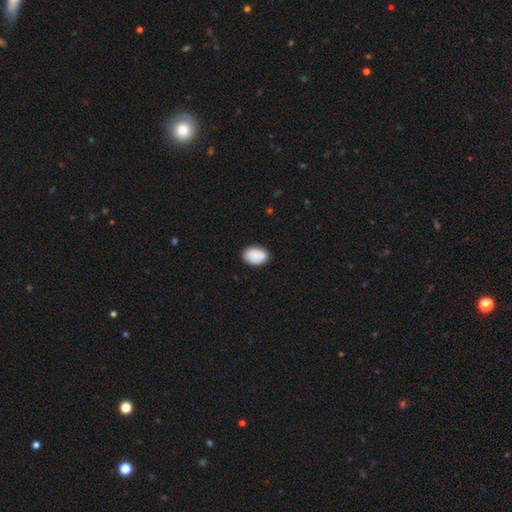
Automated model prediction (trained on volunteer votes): A smooth galaxy with no disk features (89%) that is in between round and cigar-shaped (83%). Merging: none (83%).